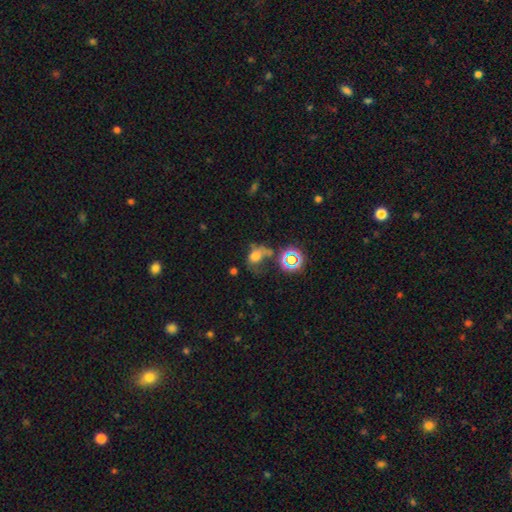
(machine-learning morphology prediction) smooth-or-featured: smooth: 54% | star or artifact: 24% | featured or disk: 22%
  how-rounded: in between: 57% | round: 41% | cigar-shaped: 2%
  merging: major disturbance: 37% | none: 26% | minor disturbance: 20% | merger: 18%